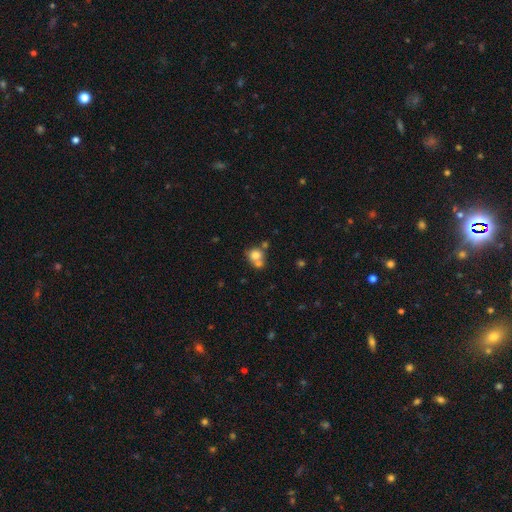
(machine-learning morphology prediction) smooth-or-featured: smooth: 75% | featured or disk: 14% | star or artifact: 11%
  how-rounded: round: 76% | in between: 23% | cigar-shaped: 1%
  merging: merger: 47% | none: 39% | minor disturbance: 10% | major disturbance: 5%